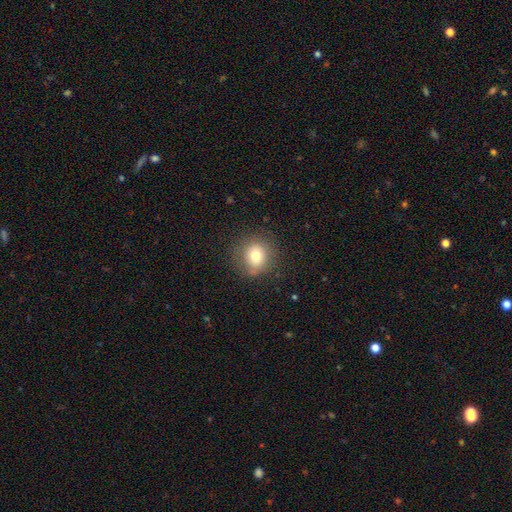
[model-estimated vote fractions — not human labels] Overall: smooth (75%). How rounded: round (84%). Merging: none (81%).